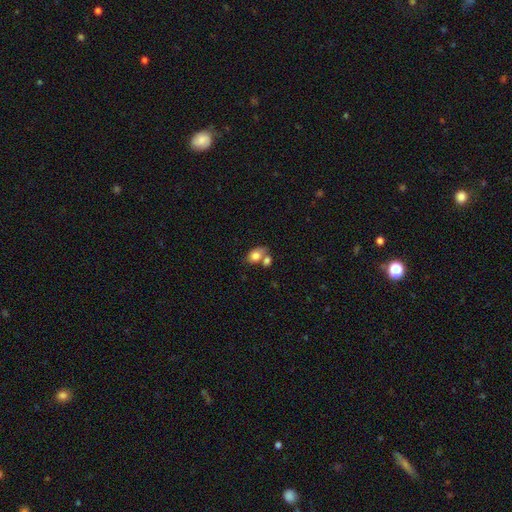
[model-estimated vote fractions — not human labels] A smooth galaxy with no disk features (78%) that is in between round and cigar-shaped (78%).

Vote fractions:
- Smooth or featured? smooth: 78% / featured or disk: 13% / star or artifact: 9%
- How rounded? in between: 78% / round: 20% / cigar-shaped: 1%
- Merging? merger: 46% / none: 36% / minor disturbance: 13% / major disturbance: 5%